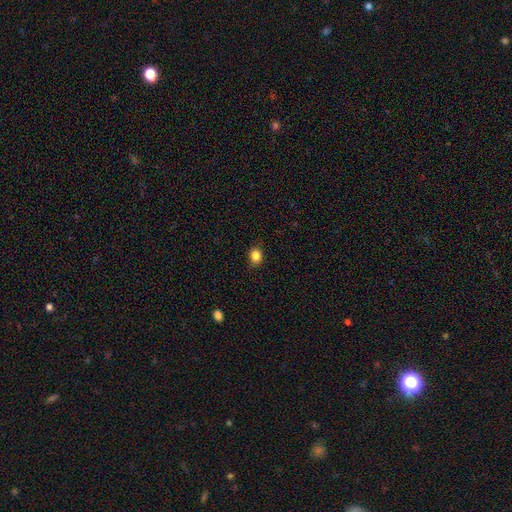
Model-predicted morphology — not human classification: Q: Smooth or featured?
A: smooth (85%); runner-up: star or artifact (11%)
Q: How rounded?
A: round (61%); runner-up: in between (38%)
Q: Merging?
A: none (86%); runner-up: minor disturbance (11%)